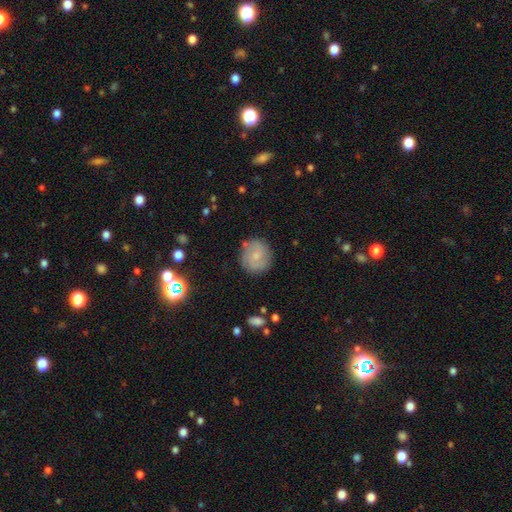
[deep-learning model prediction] Morphology: type=smooth (64%); roundness=round (89%); merging=none (81%).